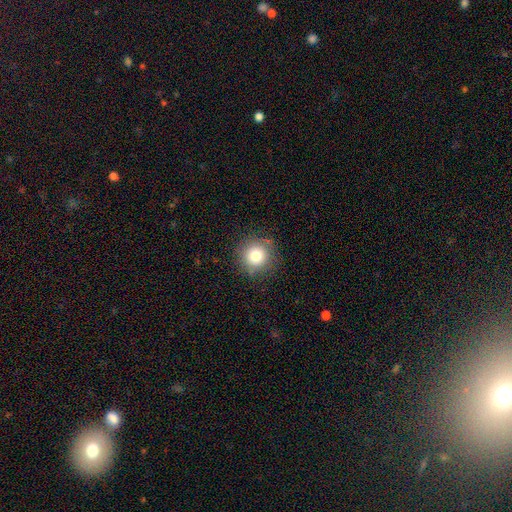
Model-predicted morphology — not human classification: The model was most divided on "smooth or featured": smooth: 78%, star or artifact: 12%, featured or disk: 10%. More confident: how rounded — round (95%); merging — none (86%).